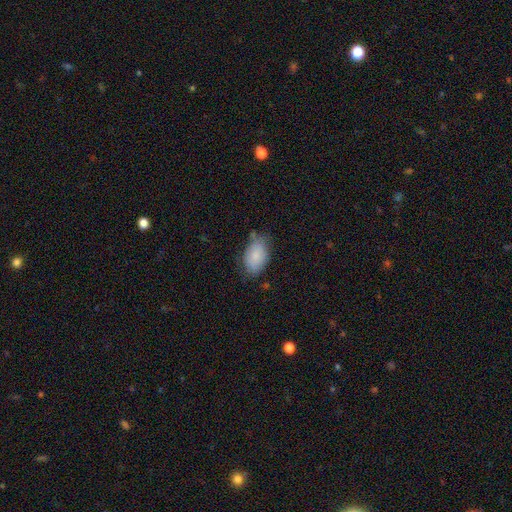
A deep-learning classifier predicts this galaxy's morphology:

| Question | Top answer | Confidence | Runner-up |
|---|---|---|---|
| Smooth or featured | smooth | 84% | featured or disk (9%) |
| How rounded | in between | 92% | round (7%) |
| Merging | none | 68% | minor disturbance (24%) |